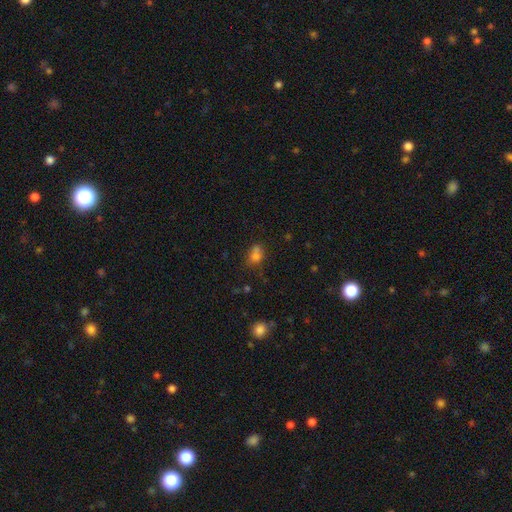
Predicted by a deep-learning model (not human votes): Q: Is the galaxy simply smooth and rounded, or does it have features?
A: smooth — 72%.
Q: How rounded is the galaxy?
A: round — 50%.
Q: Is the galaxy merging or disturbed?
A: merger — 41%.